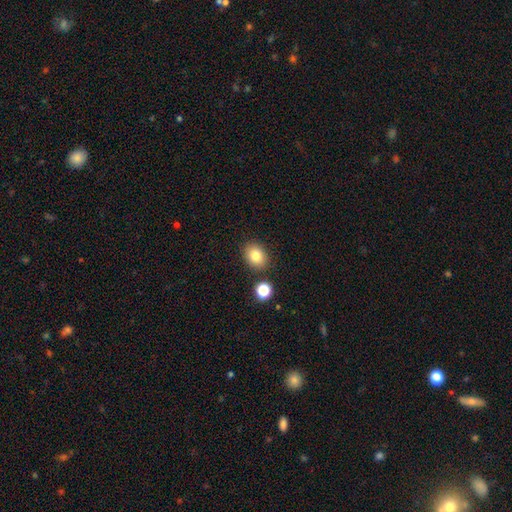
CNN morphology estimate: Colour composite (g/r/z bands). It shows a smooth galaxy with no disk features (82%) that is in between round and cigar-shaped (54%). Merging: none (84%).